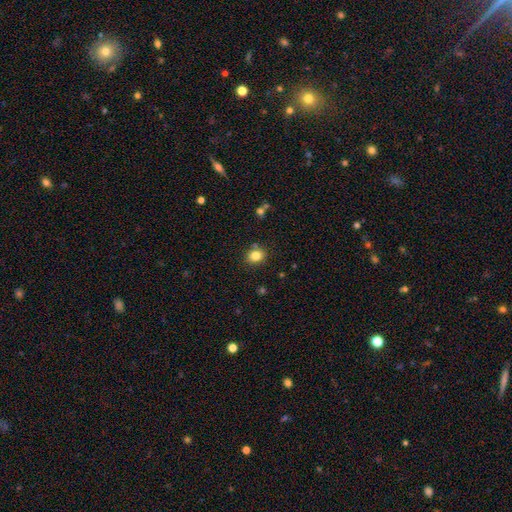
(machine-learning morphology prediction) A smooth galaxy with no disk features (82%) that is round (64%).

Vote fractions:
- Smooth or featured? smooth: 82% / star or artifact: 11% / featured or disk: 6%
- How rounded? round: 64% / in between: 35% / cigar-shaped: 1%
- Merging? none: 82% / minor disturbance: 10% / merger: 5% / major disturbance: 3%